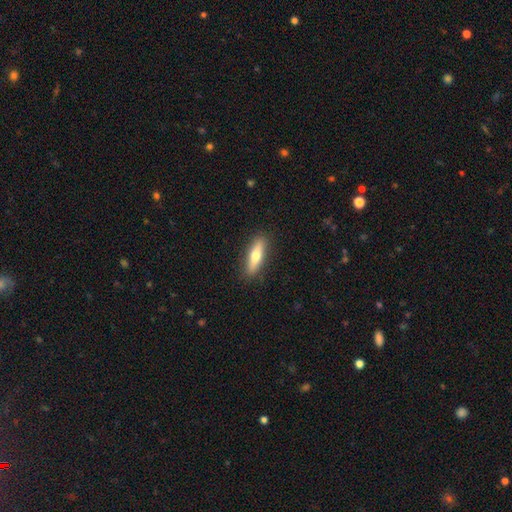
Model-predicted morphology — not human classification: type=smooth (61%); roundness=cigar-shaped (65%); merging=none (89%).